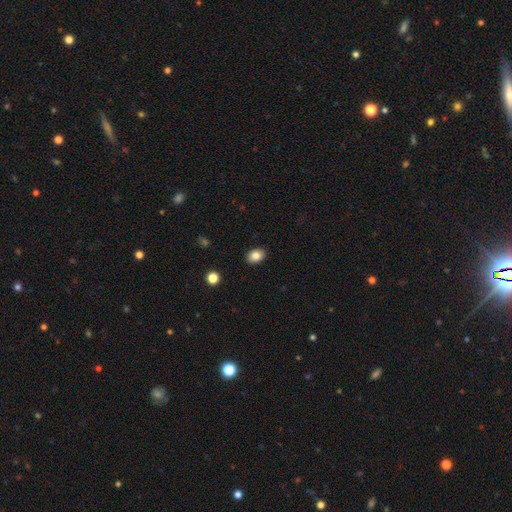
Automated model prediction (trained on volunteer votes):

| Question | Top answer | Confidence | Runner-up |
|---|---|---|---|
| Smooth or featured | smooth | 85% | star or artifact (9%) |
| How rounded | in between | 77% | round (22%) |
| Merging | none | 89% | minor disturbance (8%) |